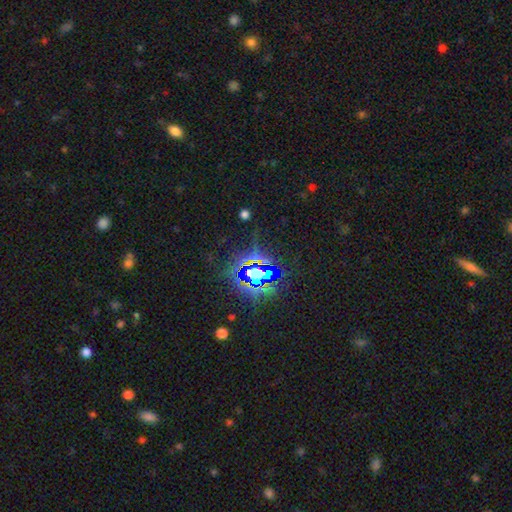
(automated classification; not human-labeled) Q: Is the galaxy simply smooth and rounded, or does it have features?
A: star or artifact — 79%.